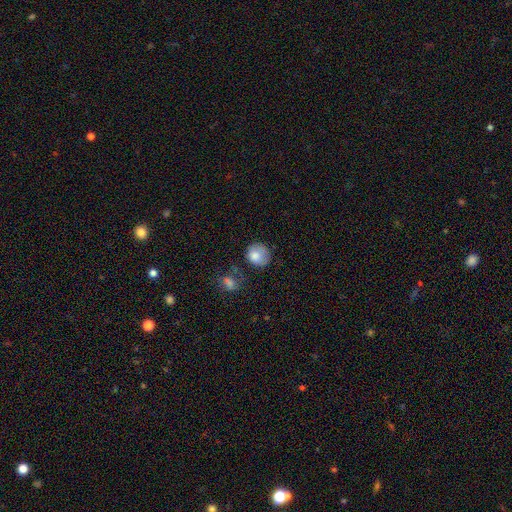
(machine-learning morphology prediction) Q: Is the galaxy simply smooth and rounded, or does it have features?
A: smooth — 81%.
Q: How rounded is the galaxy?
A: round — 71%.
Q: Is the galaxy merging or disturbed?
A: none — 51%.